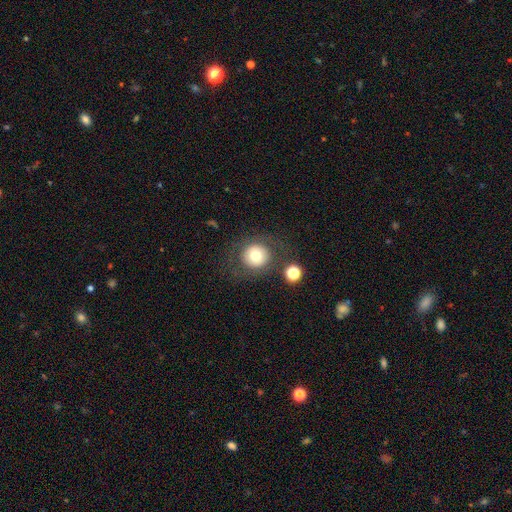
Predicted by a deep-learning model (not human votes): Q: Smooth or featured?
A: smooth (69%); runner-up: featured or disk (19%)
Q: How rounded?
A: round (91%); runner-up: in between (8%)
Q: Merging?
A: none (78%); runner-up: minor disturbance (10%)